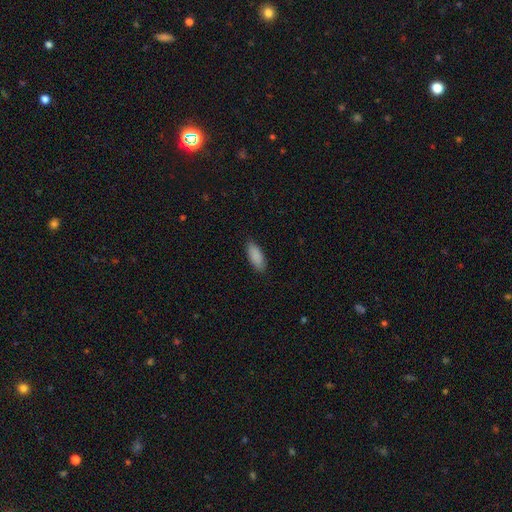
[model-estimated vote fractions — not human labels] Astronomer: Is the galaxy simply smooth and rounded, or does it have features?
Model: smooth — 90%.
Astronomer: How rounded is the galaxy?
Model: in between — 81%.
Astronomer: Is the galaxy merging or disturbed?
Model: none — 87%.